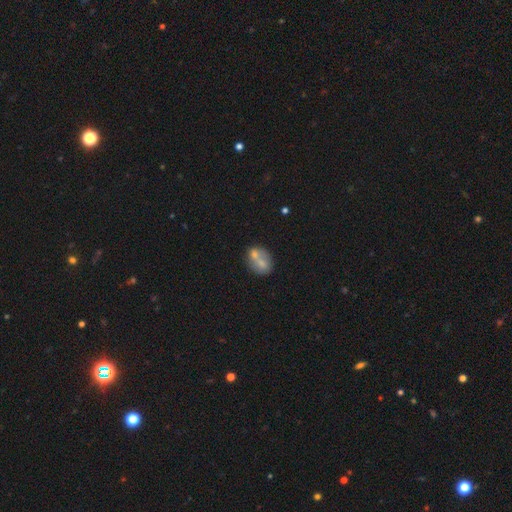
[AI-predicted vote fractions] smooth 56%, featured or disk 32%, star or artifact 12%. Down the decision tree: how rounded — in between (52%); merging — merger (49%).